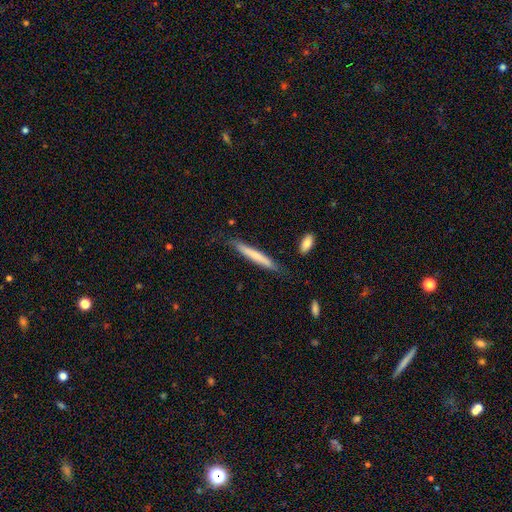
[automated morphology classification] Smooth or featured? smooth (65%)
How rounded? cigar-shaped (96%)
Merging? none (79%)